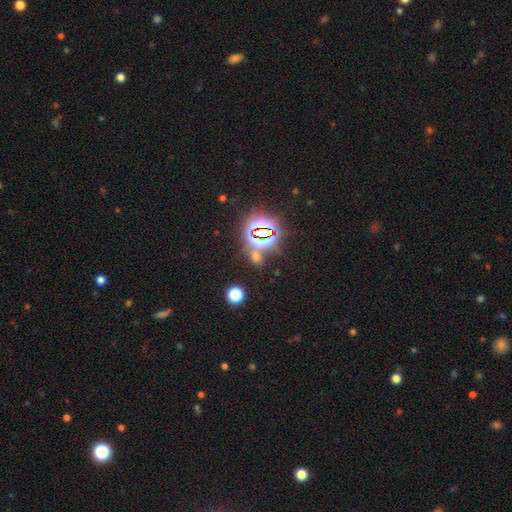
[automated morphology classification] This appears to be a star or artifact, not a galaxy (65%).